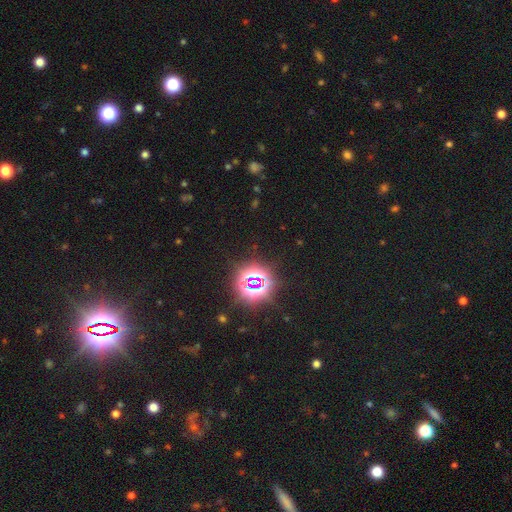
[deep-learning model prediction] A star or artifact, not a galaxy (79%).

Vote fractions:
- Smooth or featured? star or artifact: 79% / smooth: 14% / featured or disk: 6%